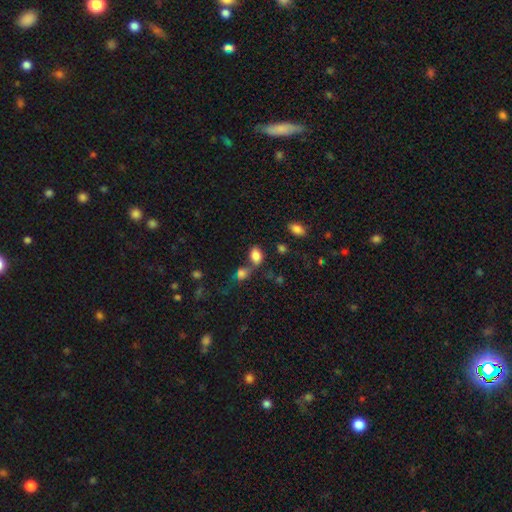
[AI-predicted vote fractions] Smooth or featured? Predicted: smooth (p=0.82). How rounded? Predicted: in between (p=0.83). Merging? Predicted: none (p=0.45).